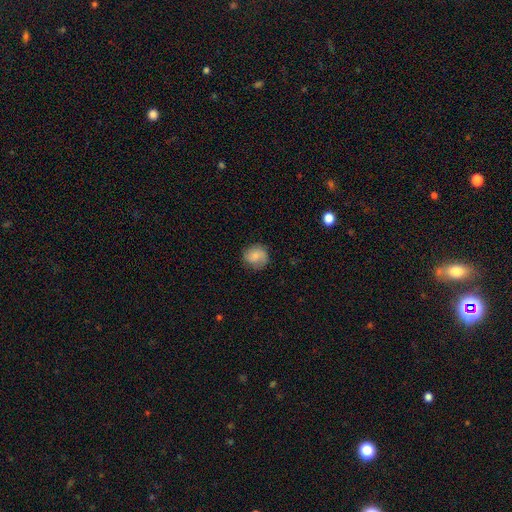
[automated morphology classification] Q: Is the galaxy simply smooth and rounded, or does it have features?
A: smooth — 71%.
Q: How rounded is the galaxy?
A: round — 82%.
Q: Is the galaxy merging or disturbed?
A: none — 75%.